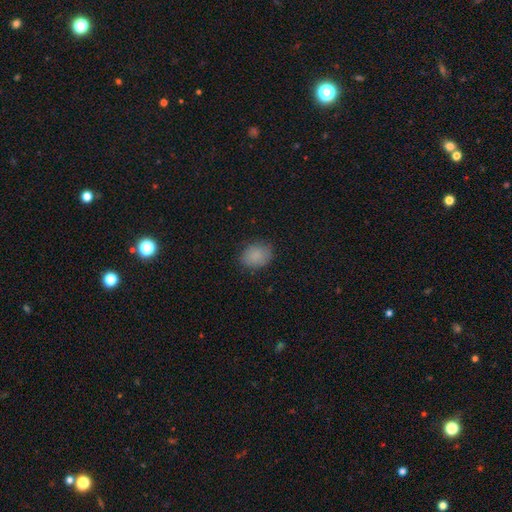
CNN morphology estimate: This is clearly a smooth galaxy (86%). How rounded: possibly in between (57%). Merging: clearly none (80%).